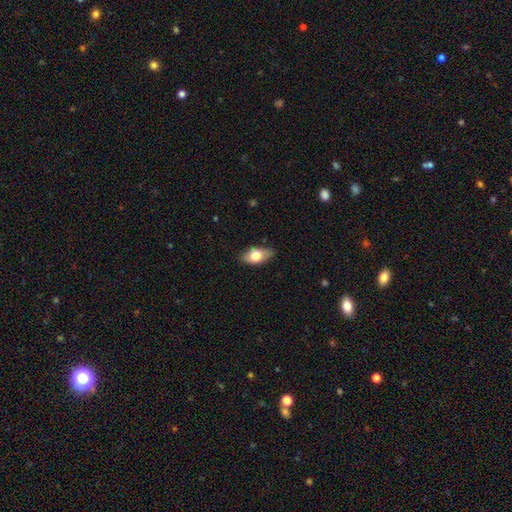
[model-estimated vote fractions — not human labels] smooth_or_featured: smooth (p=0.71) [alt: featured or disk p=0.22]
how_rounded: in between (p=0.88) [alt: round p=0.07]
merging: none (p=0.81) [alt: minor disturbance p=0.15]